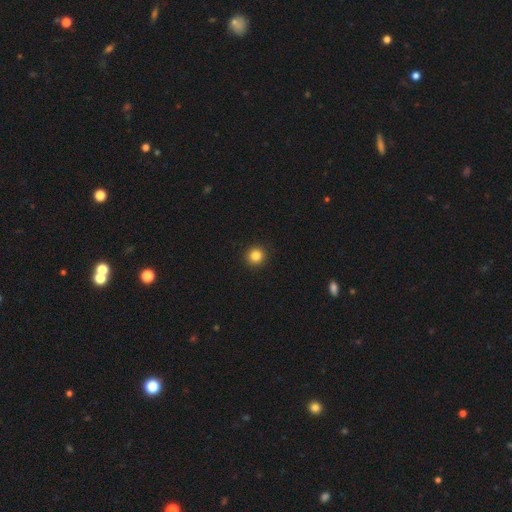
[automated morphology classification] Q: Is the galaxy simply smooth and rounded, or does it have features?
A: smooth — 84%.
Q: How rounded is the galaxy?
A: round — 94%.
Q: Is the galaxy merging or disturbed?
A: none — 93%.